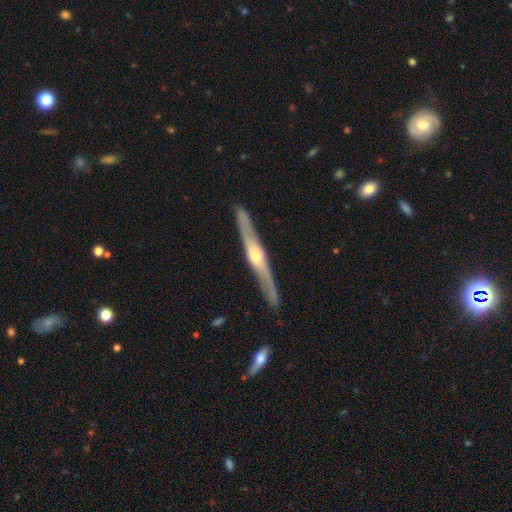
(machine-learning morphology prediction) Q: Smooth or featured?
A: featured or disk (76%); runner-up: smooth (20%)
Q: Edge-on disk?
A: yes (95%); runner-up: no (5%)
Q: Edge-on bulge?
A: rounded (89%); runner-up: none (6%)
Q: Merging?
A: none (88%); runner-up: minor disturbance (9%)